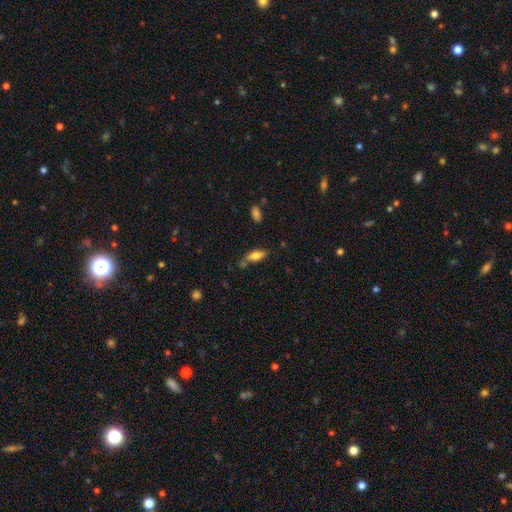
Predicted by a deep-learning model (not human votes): A smooth galaxy with no disk features (67%) that is in between round and cigar-shaped (63%).

Vote fractions:
- Smooth or featured? smooth: 67% / featured or disk: 26% / star or artifact: 7%
- How rounded? in between: 63% / cigar-shaped: 34% / round: 3%
- Merging? none: 65% / minor disturbance: 19% / merger: 10% / major disturbance: 5%